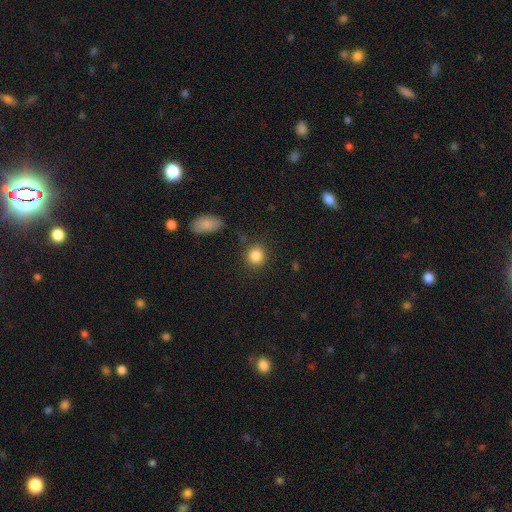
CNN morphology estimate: Smooth or featured? smooth (86%)
How rounded? round (86%)
Merging? none (86%)